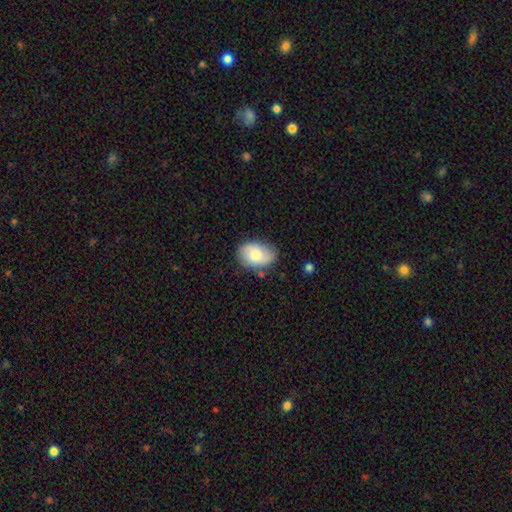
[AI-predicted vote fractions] Smooth or featured? smooth (68%)
How rounded? in between (80%)
Merging? none (69%)